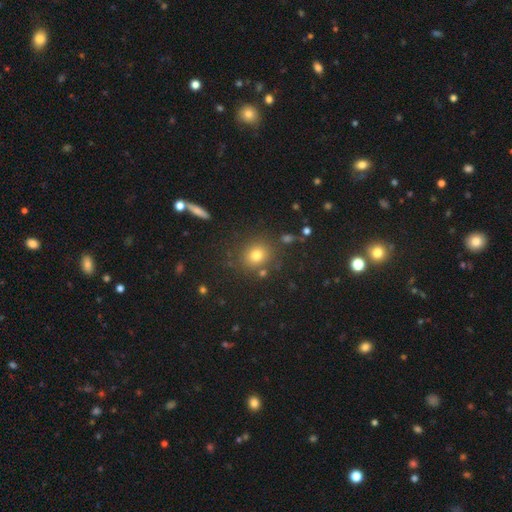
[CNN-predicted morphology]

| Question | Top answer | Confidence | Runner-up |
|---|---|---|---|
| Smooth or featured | smooth | 75% | star or artifact (16%) |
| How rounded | round | 79% | in between (20%) |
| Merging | none | 83% | minor disturbance (9%) |